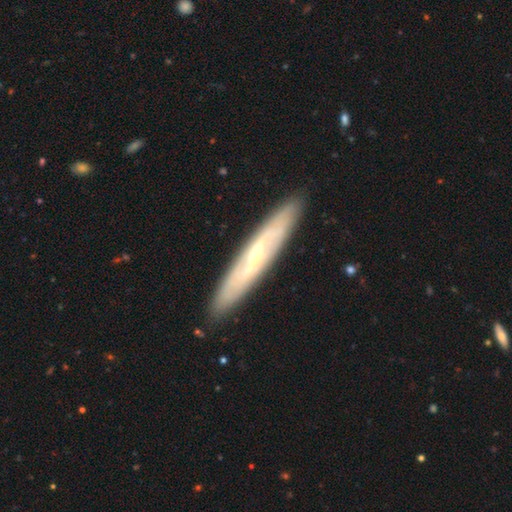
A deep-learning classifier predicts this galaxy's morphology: A featured or disk galaxy (69%) viewed edge-on (52%). Merging: none (89%).